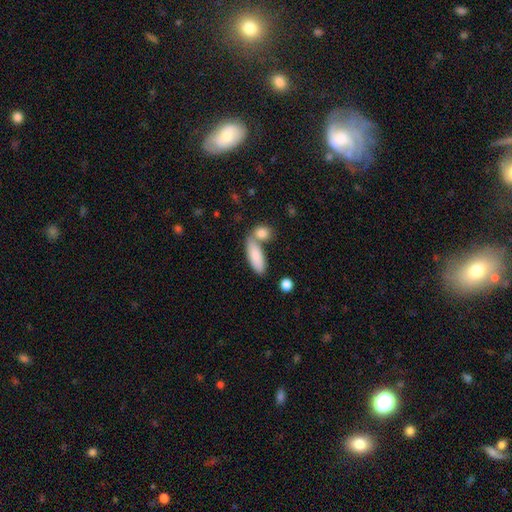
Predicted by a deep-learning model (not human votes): Smooth or featured: smooth — 85% (featured or disk — 10%)
How rounded: in between — 71% (cigar-shaped — 27%)
Merging: none — 52% (merger — 32%)